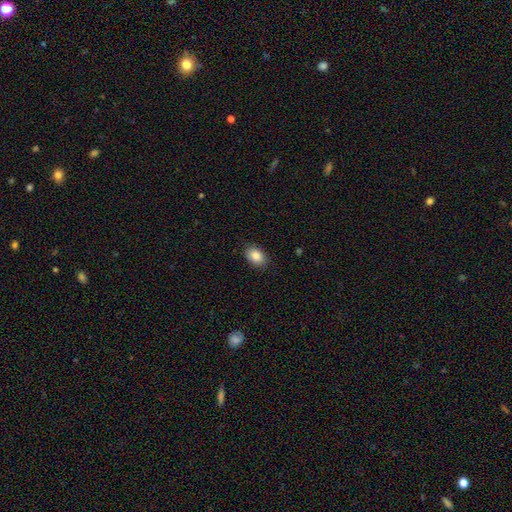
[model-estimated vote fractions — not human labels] A smooth galaxy with no disk features (87%) that is in between round and cigar-shaped (81%).

Vote fractions:
- Smooth or featured? smooth: 87% / star or artifact: 8% / featured or disk: 6%
- How rounded? in between: 81% / round: 18% / cigar-shaped: 1%
- Merging? none: 86% / minor disturbance: 11% / major disturbance: 2% / merger: 1%